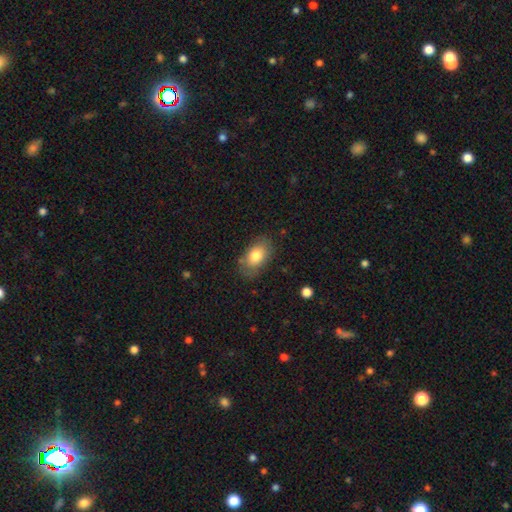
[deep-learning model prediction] This appears to be a smooth galaxy with no disk features (78%) that is in between round and cigar-shaped (89%). Merging: none (77%).